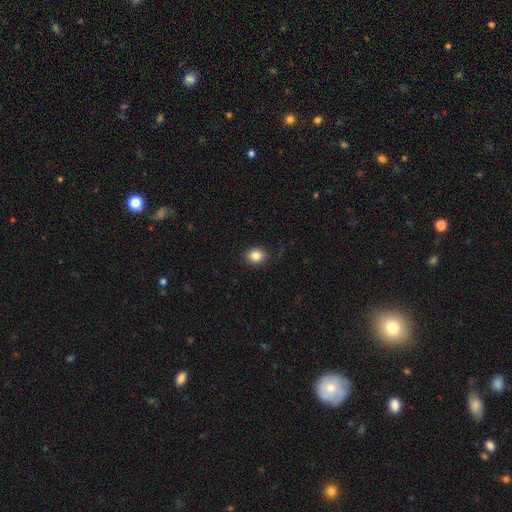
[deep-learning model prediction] A smooth galaxy with no disk features (86%) that is round (61%).

Vote fractions:
- Smooth or featured? smooth: 86% / star or artifact: 10% / featured or disk: 5%
- How rounded? round: 61% / in between: 38% / cigar-shaped: 1%
- Merging? none: 86% / minor disturbance: 11% / major disturbance: 3% / merger: 1%